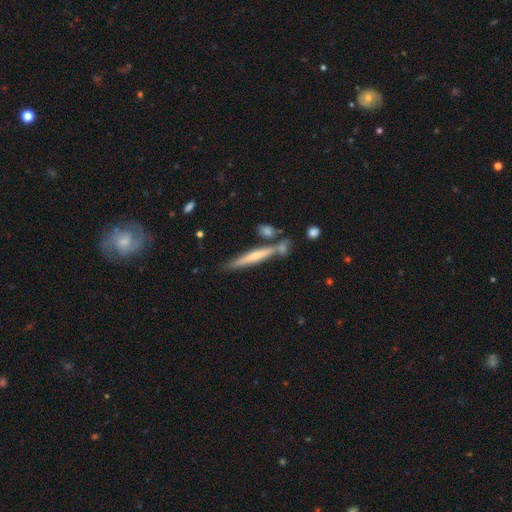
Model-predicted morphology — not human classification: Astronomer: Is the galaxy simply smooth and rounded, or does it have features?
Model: smooth — 47% (runner-up: featured or disk, 46%).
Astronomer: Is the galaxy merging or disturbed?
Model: none — 72%.